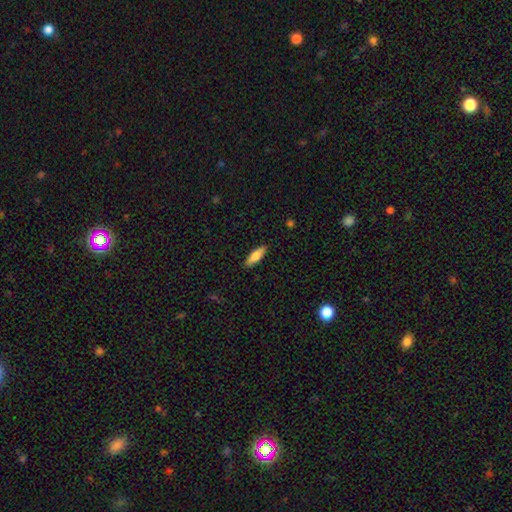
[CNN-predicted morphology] Smooth or featured? smooth (70%)
How rounded? cigar-shaped (52%)
Merging? none (89%)